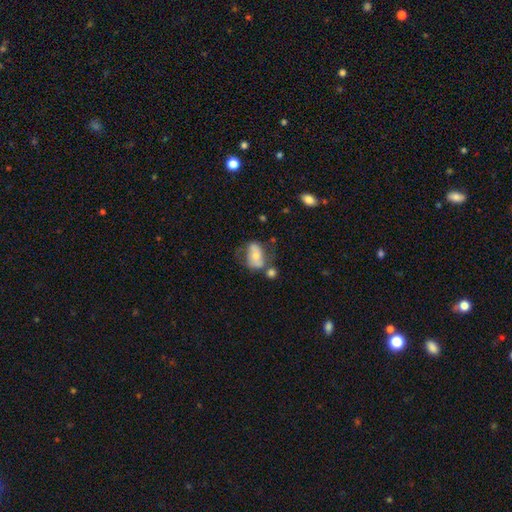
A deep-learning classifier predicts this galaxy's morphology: This is possibly a smooth galaxy (54%). How rounded: clearly in between (86%). Merging: marginally none (41%).